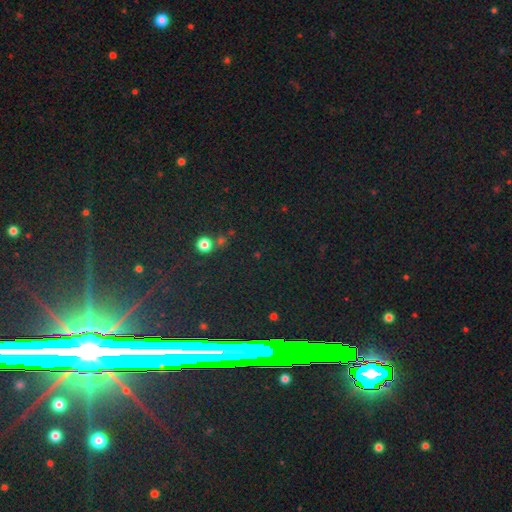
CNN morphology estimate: type=star or artifact (80%).